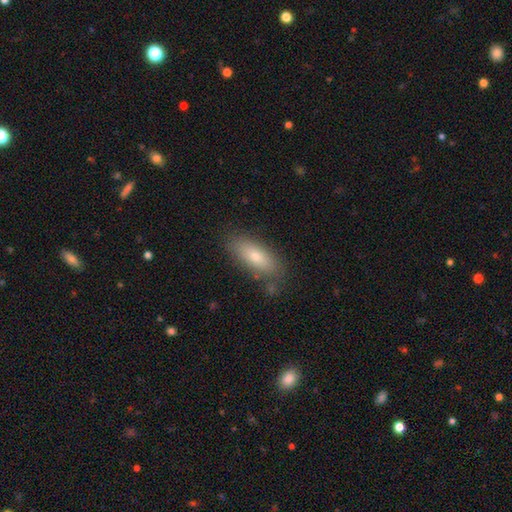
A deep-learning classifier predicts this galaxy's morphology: Overall: smooth (73%). How rounded: in between (75%). Merging: none (79%).